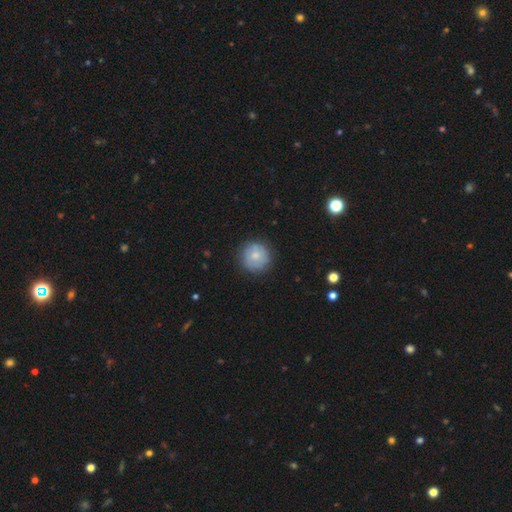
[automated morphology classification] This appears to be a smooth galaxy with no disk features (68%) that is round (95%). Merging: none (83%).